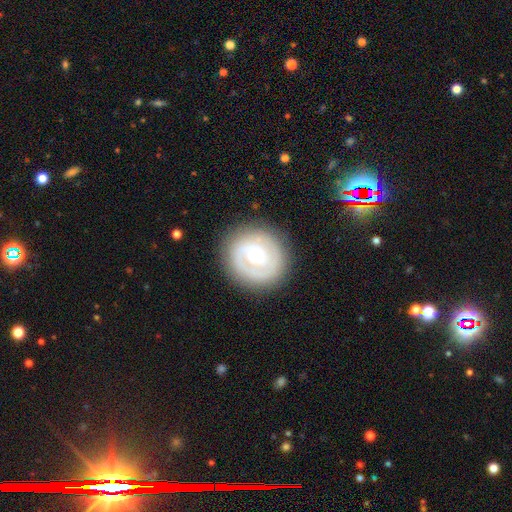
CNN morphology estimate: smooth-or-featured: featured or disk: 69% | smooth: 26% | star or artifact: 5%
  disk-edge-on: no: 97% | yes: 3%
    bar: no: 58% | weak: 33% | strong: 9%
    has-spiral-arms: yes: 70% | no: 30%
    bulge-size: moderate: 47% (tied) | small: 47% (tied) | large: 4% | none: 1% | dominant: 1%
  merging: none: 81% | minor disturbance: 12% | major disturbance: 6% | merger: 1%